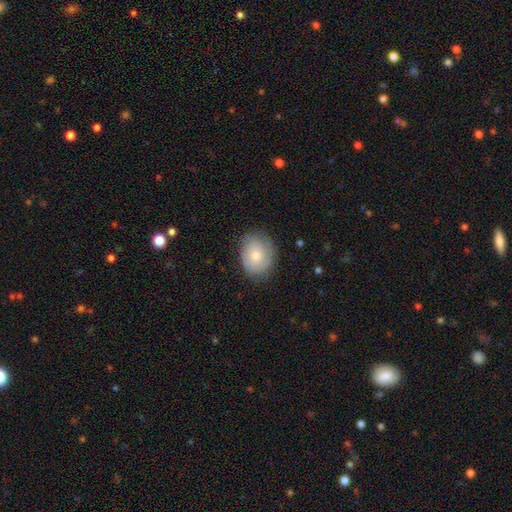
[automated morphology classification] type=smooth (68%); roundness=round (52%); merging=none (74%).